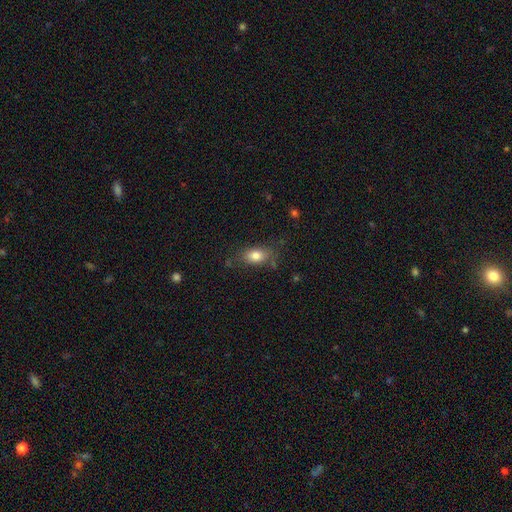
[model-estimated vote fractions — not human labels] This appears to be a smooth galaxy with no disk features (80%) that is in between round and cigar-shaped (82%). Merging: none (73%).